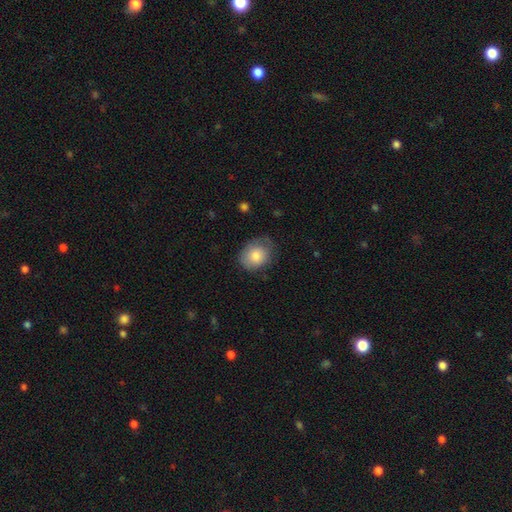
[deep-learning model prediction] Overall: smooth (79%). How rounded: round (51%; in between 48%). Merging: none (62%; minor disturbance 28%).